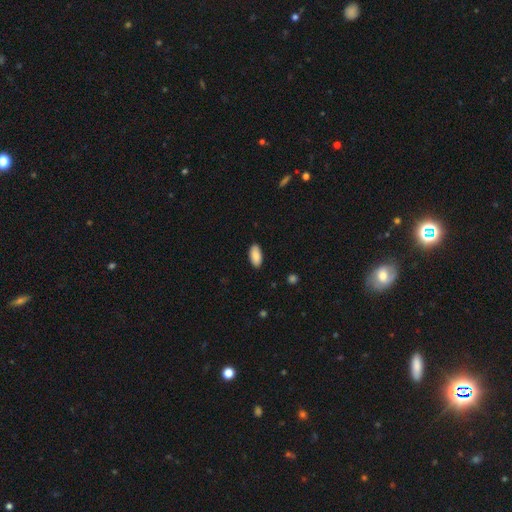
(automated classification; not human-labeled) Overall: smooth (89%). How rounded: in between (93%). Merging: none (89%).